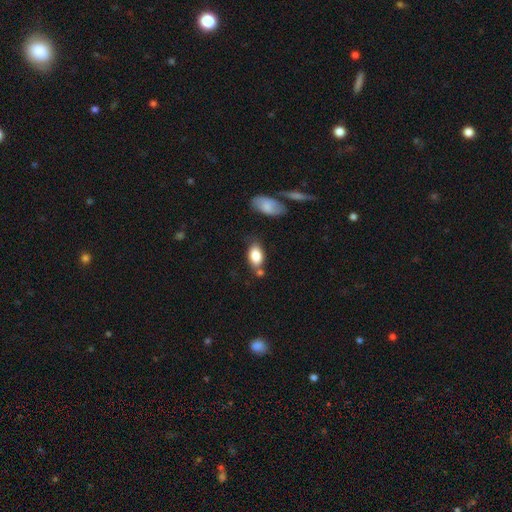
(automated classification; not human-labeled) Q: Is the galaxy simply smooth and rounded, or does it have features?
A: smooth — 84%.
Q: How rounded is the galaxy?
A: in between — 90%.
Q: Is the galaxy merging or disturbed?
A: none — 62%.